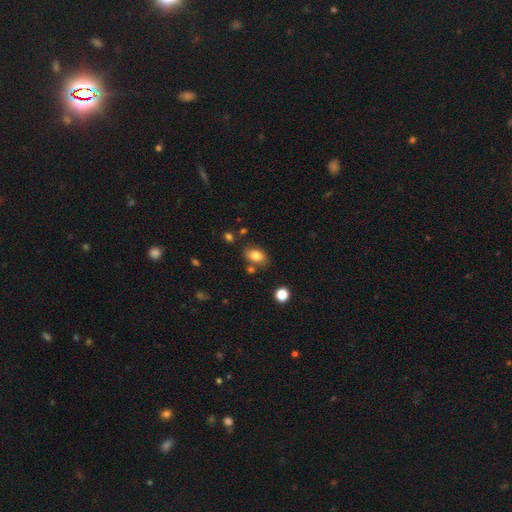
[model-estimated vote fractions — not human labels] smooth 79%, featured or disk 11%, star or artifact 9%. Down the decision tree: how rounded — in between (85%); merging — none (75%).